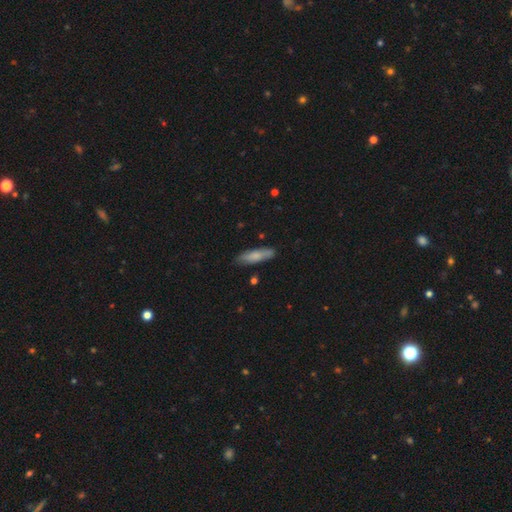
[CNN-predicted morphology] smooth 76%, featured or disk 18%, star or artifact 6%. Down the decision tree: how rounded — cigar-shaped (65%); merging — none (81%).